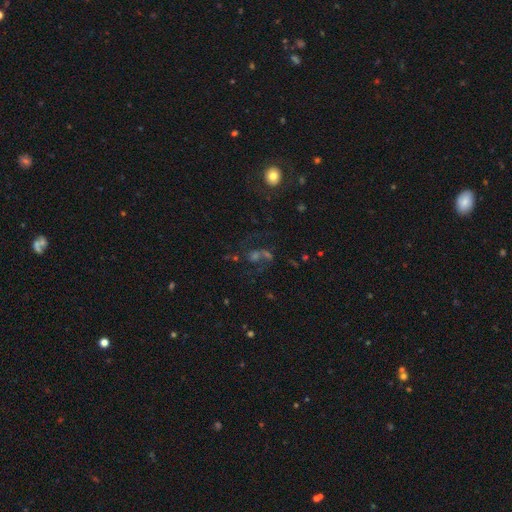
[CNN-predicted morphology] Smooth or featured? featured or disk (45%)
Merging? none (41%)